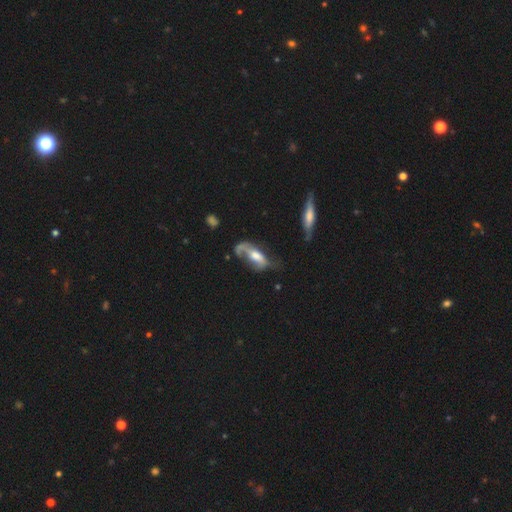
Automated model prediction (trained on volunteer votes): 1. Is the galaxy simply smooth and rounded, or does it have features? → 57% featured or disk, 35% smooth, 8% star or artifact.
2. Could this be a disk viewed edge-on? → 84% no, 16% yes.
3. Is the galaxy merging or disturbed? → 44% major disturbance, 27% none, 21% minor disturbance, 8% merger.